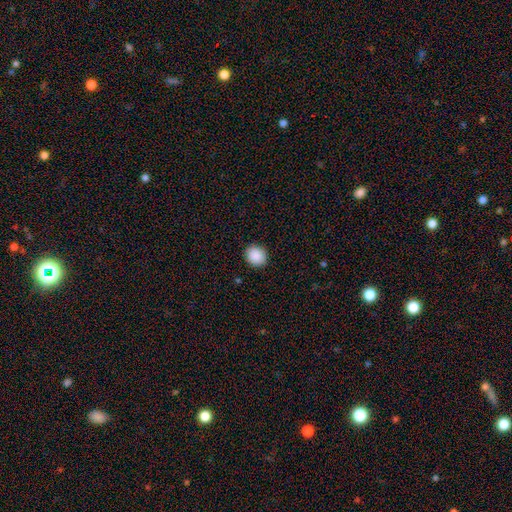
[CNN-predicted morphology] Overall: smooth (90%). How rounded: round (80%). Merging: none (91%).